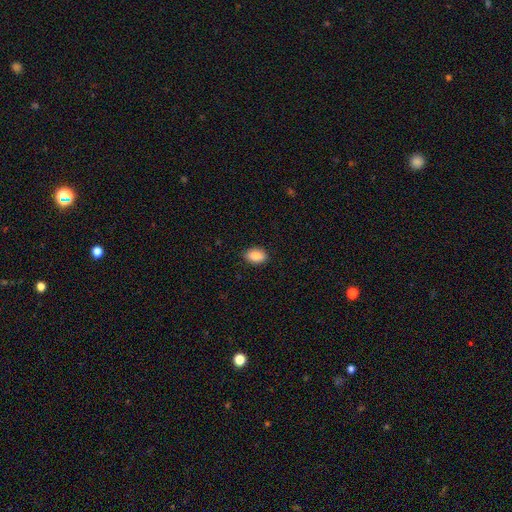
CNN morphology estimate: type=smooth (86%); roundness=in between (86%); merging=none (89%).